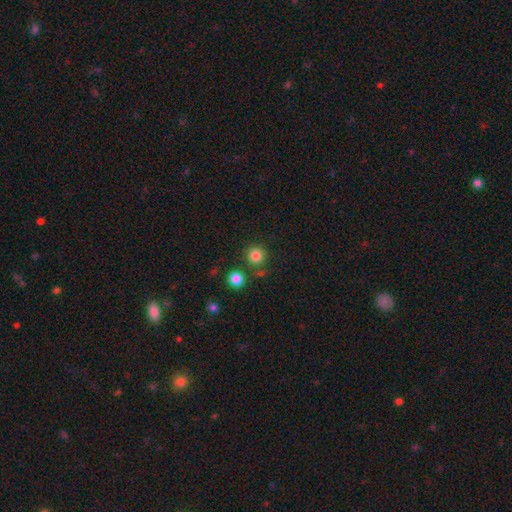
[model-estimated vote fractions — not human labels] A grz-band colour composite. It shows a smooth galaxy with no disk features (83%) that is round (94%). Merging: none (81%).